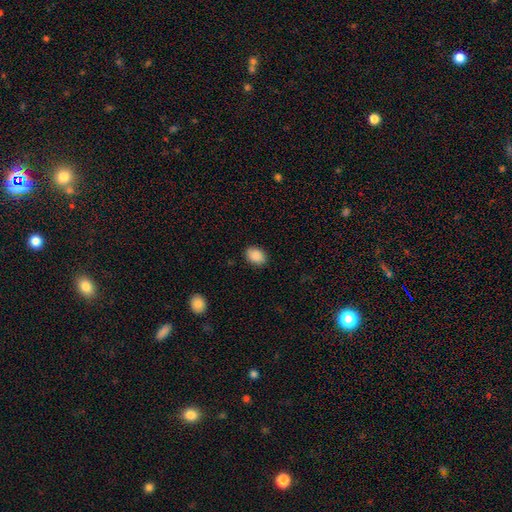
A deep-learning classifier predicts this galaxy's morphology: Smooth or featured?
  - smooth: 90% *
  - star or artifact: 8%
  - featured or disk: 3%
How rounded?
  - in between: 77% *
  - round: 22%
  - cigar-shaped: 1%
Merging?
  - none: 87% *
  - minor disturbance: 10%
  - major disturbance: 2%
  - merger: 1%